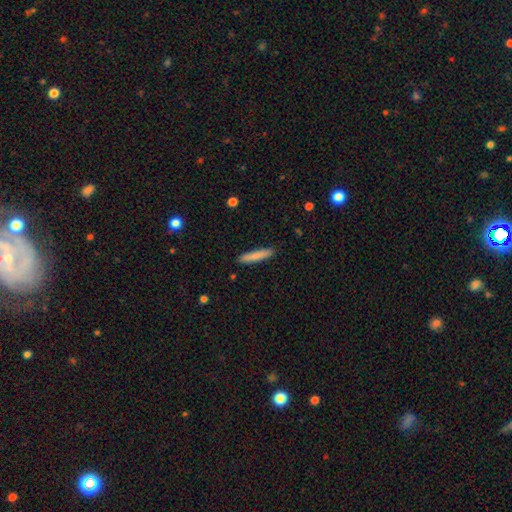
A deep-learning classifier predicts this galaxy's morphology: A smooth galaxy with no disk features (82%) that is cigar-shaped (91%).

Vote fractions:
- Smooth or featured? smooth: 82% / featured or disk: 12% / star or artifact: 6%
- How rounded? cigar-shaped: 91% / in between: 8% / round: 1%
- Merging? none: 90% / minor disturbance: 7% / major disturbance: 2% / merger: 1%